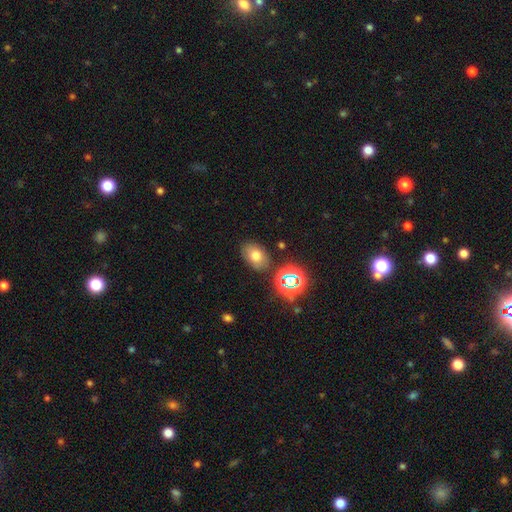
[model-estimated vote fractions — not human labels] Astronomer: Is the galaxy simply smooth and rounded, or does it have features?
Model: smooth — 70%.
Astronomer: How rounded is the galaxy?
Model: in between — 80%.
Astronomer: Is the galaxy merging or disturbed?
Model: none — 81%.